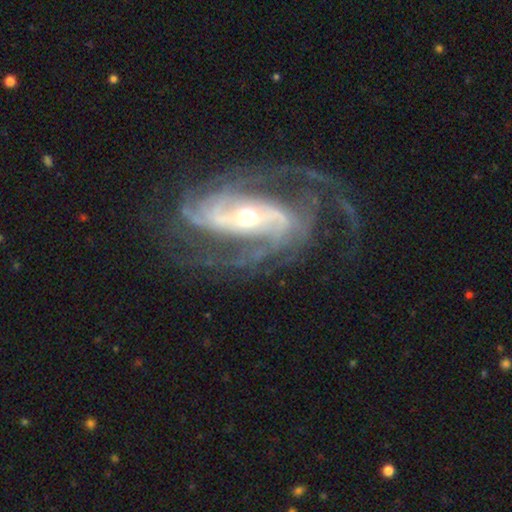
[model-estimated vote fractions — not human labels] Smooth or featured: featured or disk — 91% (star or artifact — 5%)
Edge-on disk: no — 96% (yes — 4%)
Bar: strong — 49% (weak — 29%)
Spiral arms: yes — 98% (no — 2%)
Spiral winding: medium — 49% (tight — 37%)
Spiral arm count: 2 — 55% (3 — 18%)
Bulge size: moderate — 47% (small — 44%)
Merging: none — 68% (minor disturbance — 15%)